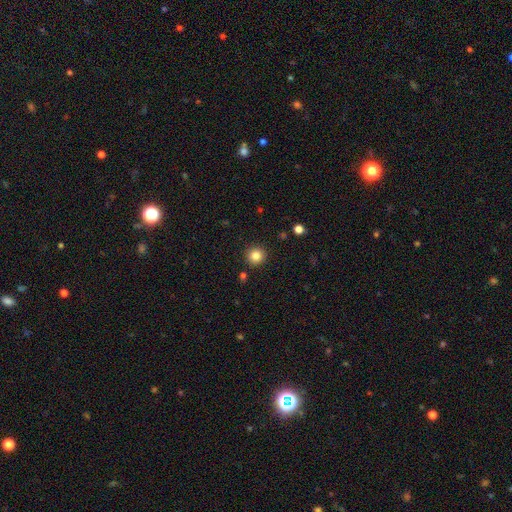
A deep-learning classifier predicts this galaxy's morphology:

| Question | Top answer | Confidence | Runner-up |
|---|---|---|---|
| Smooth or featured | smooth | 84% | star or artifact (11%) |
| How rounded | round | 94% | in between (5%) |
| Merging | none | 91% | minor disturbance (5%) |